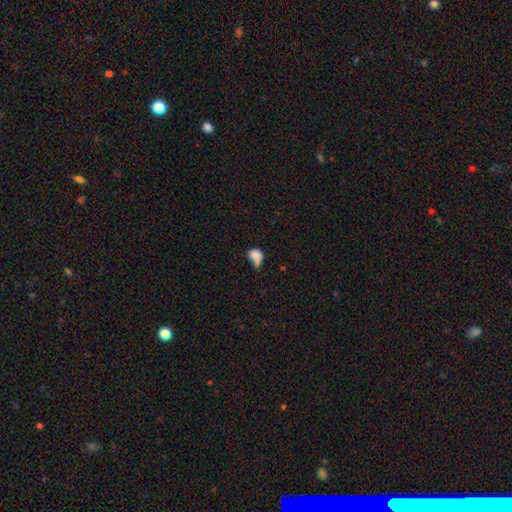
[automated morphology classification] Overall: smooth (74%). How rounded: in between (63%; round 35%). Merging: major disturbance (26%; none 25%).